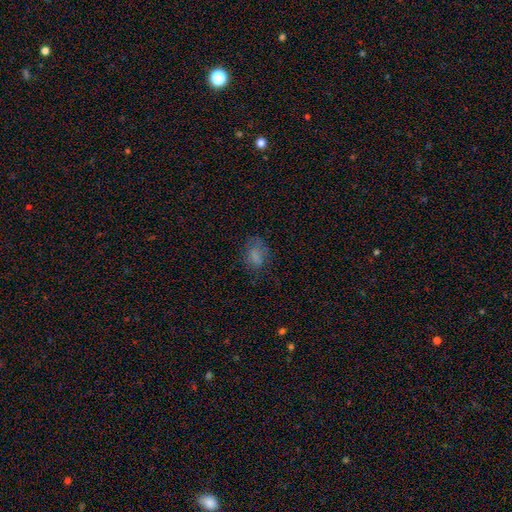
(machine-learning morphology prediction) A smooth galaxy with no disk features (69%) that is in between round and cigar-shaped (70%). Merging: none (58%).